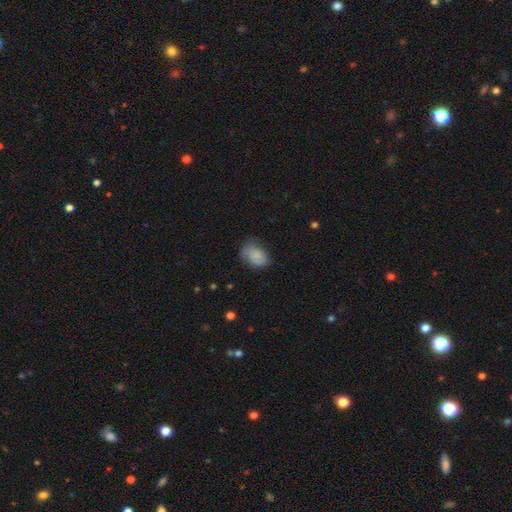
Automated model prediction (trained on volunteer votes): Smooth or featured? smooth (74%)
How rounded? in between (72%)
Merging? none (53%)